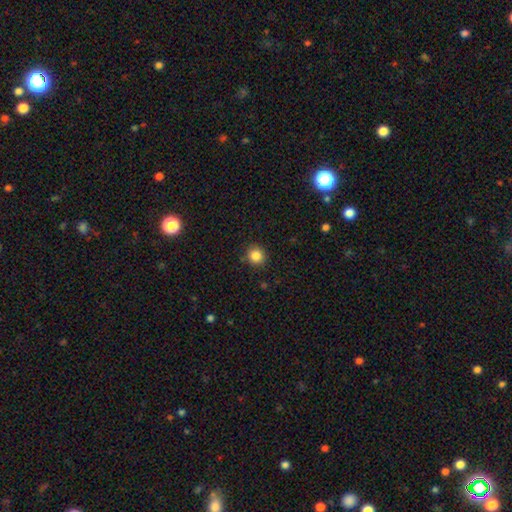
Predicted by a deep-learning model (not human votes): Smooth or featured? Predicted: smooth (p=0.84). How rounded? Predicted: round (p=0.89). Merging? Predicted: none (p=0.88).